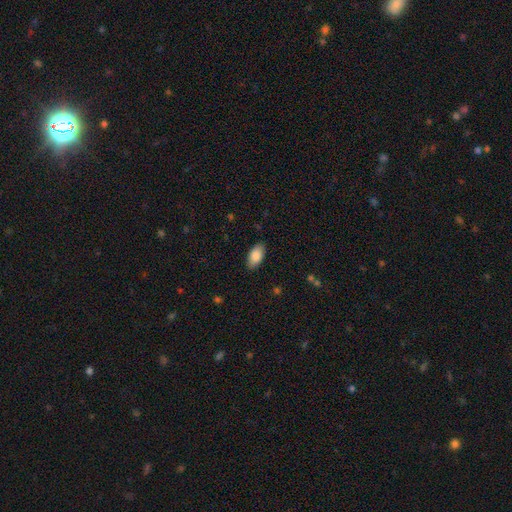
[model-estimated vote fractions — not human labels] Smooth or featured? Predicted: smooth (p=0.87). How rounded? Predicted: in between (p=0.93). Merging? Predicted: none (p=0.87).